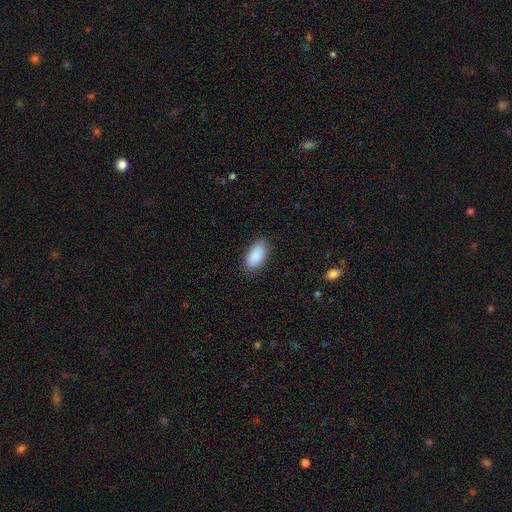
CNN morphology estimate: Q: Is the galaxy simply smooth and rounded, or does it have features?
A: smooth — 89%.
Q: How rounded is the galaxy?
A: in between — 94%.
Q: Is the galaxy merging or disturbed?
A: none — 80%.